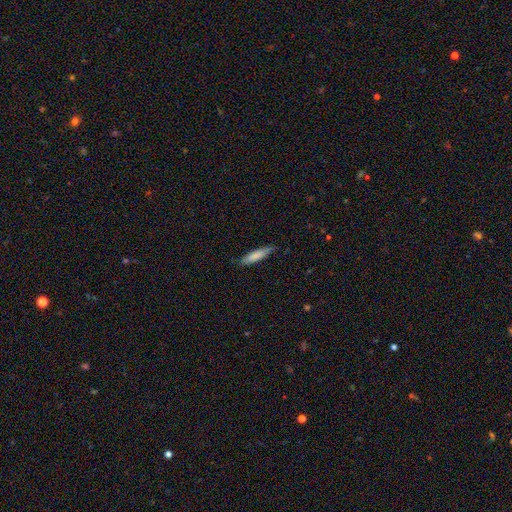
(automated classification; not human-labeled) Smooth or featured? smooth (81%)
How rounded? cigar-shaped (81%)
Merging? none (82%)